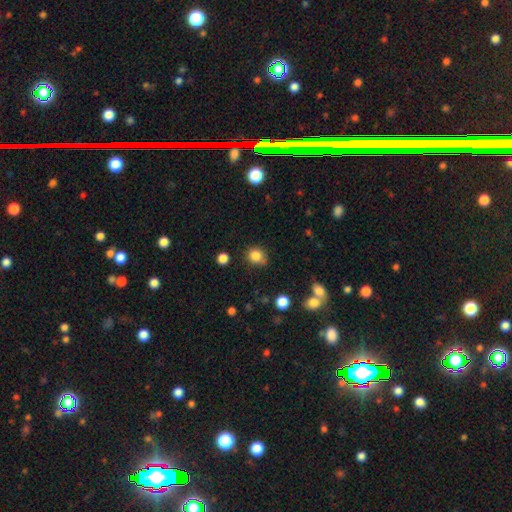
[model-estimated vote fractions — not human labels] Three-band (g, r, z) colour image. It shows a smooth galaxy with no disk features (84%) that is round (76%). Merging: none (72%).